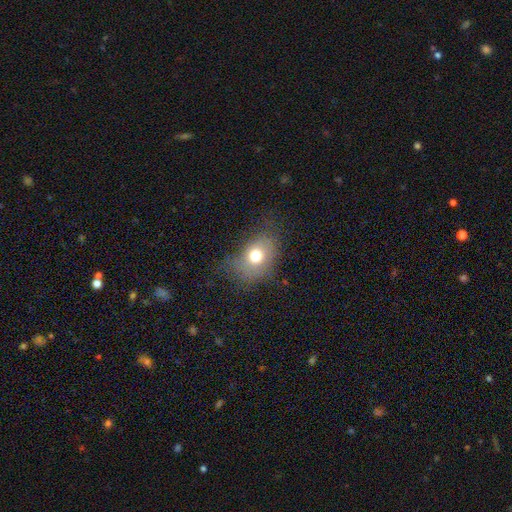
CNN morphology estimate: type=smooth (69%); roundness=in between (66%); merging=none (61%).